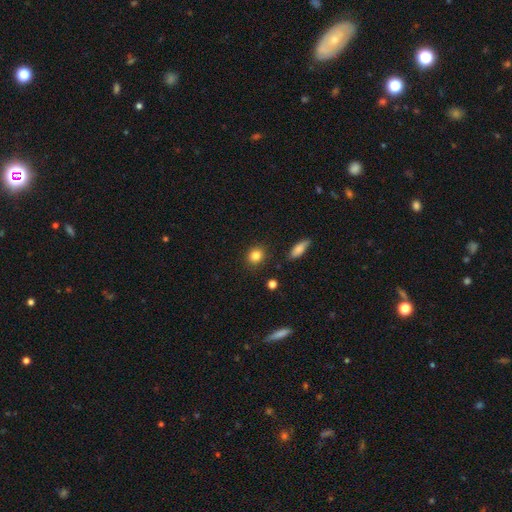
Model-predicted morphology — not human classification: Smooth or featured: smooth — 85% (star or artifact — 10%)
How rounded: round — 71% (in between — 27%)
Merging: none — 87% (minor disturbance — 8%)